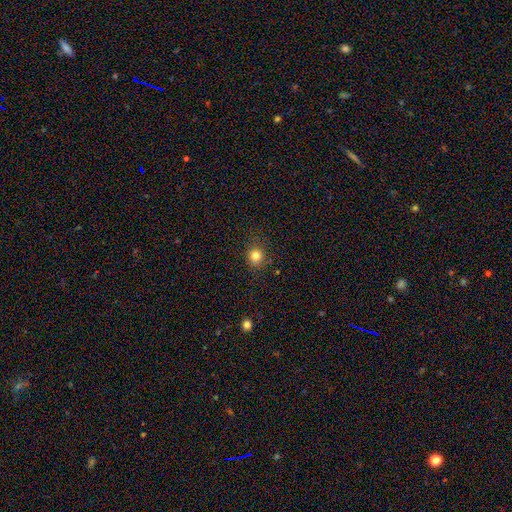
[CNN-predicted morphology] smooth 82%, star or artifact 13%, featured or disk 6%. Down the decision tree: how rounded — round (84%); merging — none (85%).